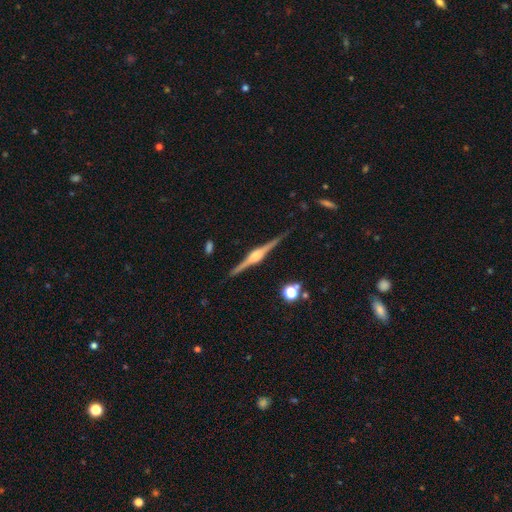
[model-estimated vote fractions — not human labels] The model was most divided on "edge-on bulge": rounded: 81%, boxy: 17%, none: 3%. More confident: edge-on disk — yes (98%); merging — none (89%); smooth or featured — featured or disk (87%).